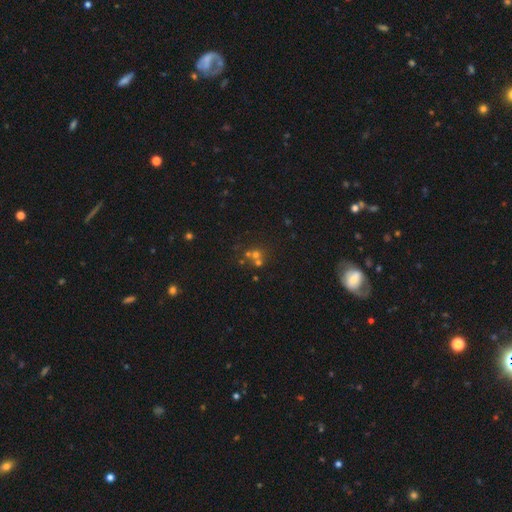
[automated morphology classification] This appears to be a smooth galaxy with no disk features (51%) that is round (86%). Merging: none (47%).